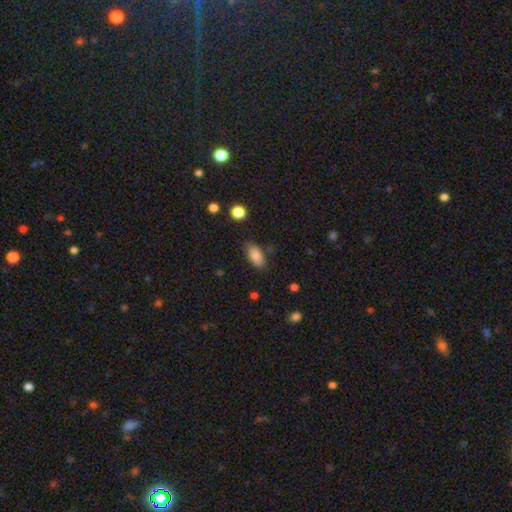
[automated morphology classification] This appears to be a smooth galaxy with no disk features (85%) that is in between round and cigar-shaped (90%). Merging: none (81%).